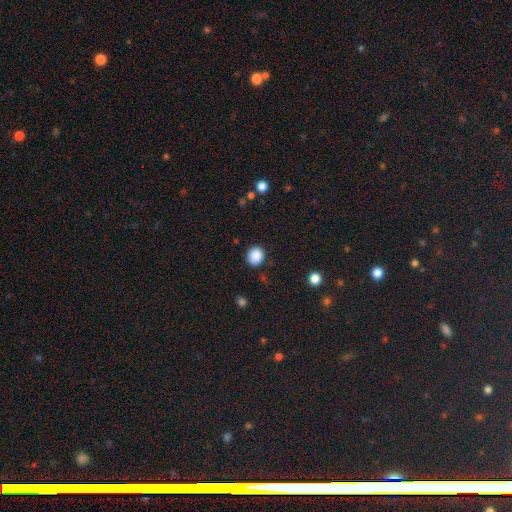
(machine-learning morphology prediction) Smooth or featured? Predicted: smooth (p=0.88). How rounded? Predicted: round (p=0.79). Merging? Predicted: none (p=0.87).